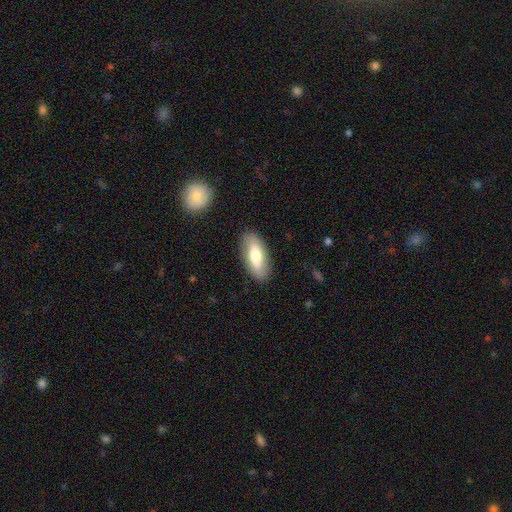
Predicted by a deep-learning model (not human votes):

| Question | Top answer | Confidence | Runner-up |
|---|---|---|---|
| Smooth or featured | smooth | 64% | featured or disk (30%) |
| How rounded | in between | 82% | cigar-shaped (15%) |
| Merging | none | 86% | minor disturbance (10%) |